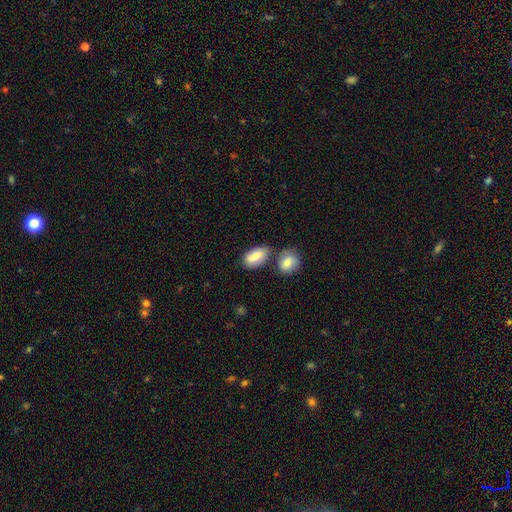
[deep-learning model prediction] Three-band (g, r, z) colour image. It shows a smooth galaxy with no disk features (80%) that is in between round and cigar-shaped (90%). Merging: none (60%).